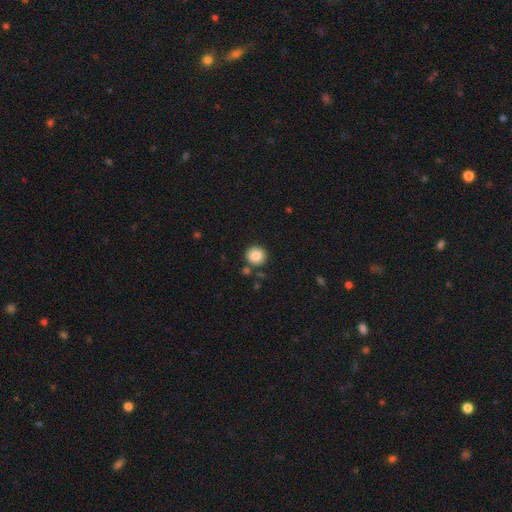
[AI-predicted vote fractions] smooth 87%, star or artifact 9%, featured or disk 4%. Down the decision tree: how rounded — round (90%); merging — none (84%).